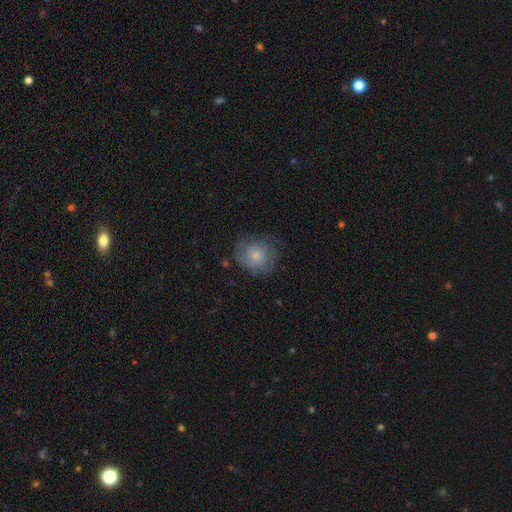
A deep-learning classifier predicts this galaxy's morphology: smooth 54%, featured or disk 39%, star or artifact 8%. Down the decision tree: how rounded — round (83%); merging — none (68%).